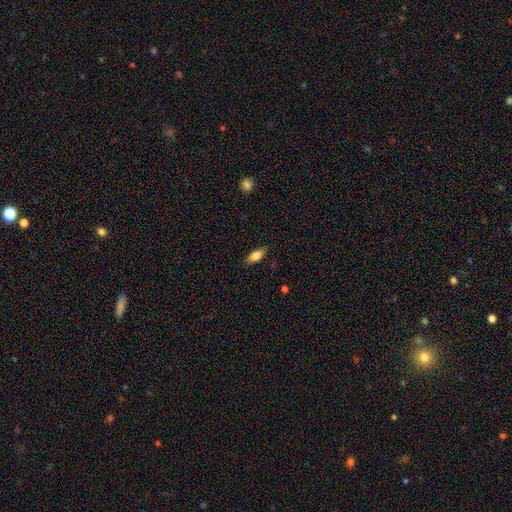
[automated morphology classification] smooth_or_featured: smooth (p=0.83) [alt: featured or disk p=0.10]
how_rounded: in between (p=0.84) [alt: cigar-shaped p=0.13]
merging: none (p=0.86) [alt: minor disturbance p=0.11]